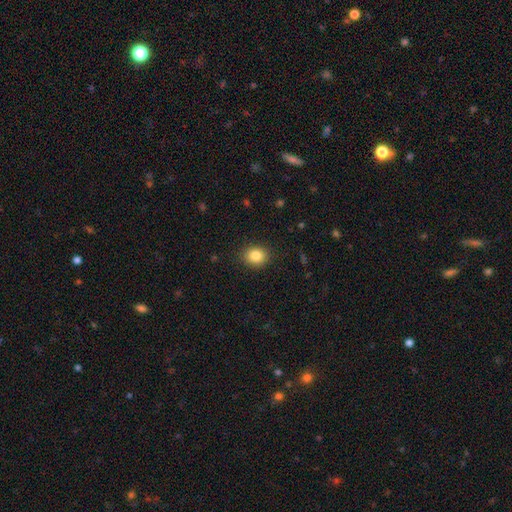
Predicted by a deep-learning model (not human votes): This appears to be a smooth galaxy with no disk features (84%) that is round (61%). Merging: none (88%).